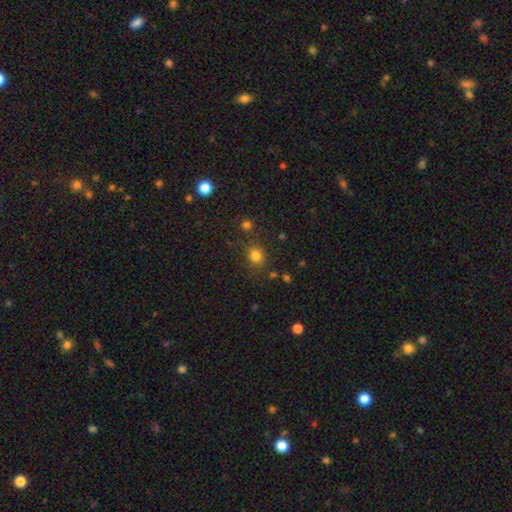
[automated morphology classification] Smooth or featured? smooth (80%)
How rounded? round (76%)
Merging? none (79%)